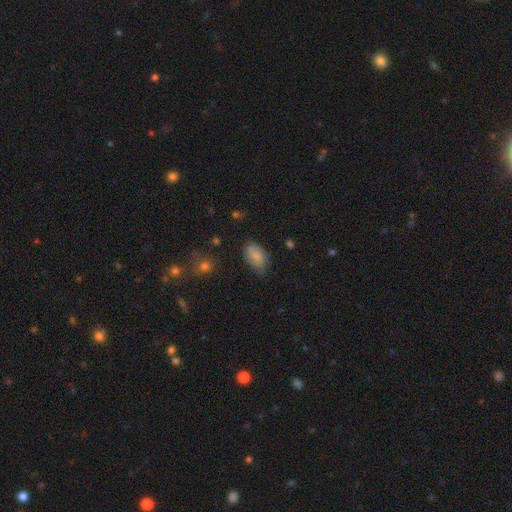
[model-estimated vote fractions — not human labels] This is likely a smooth galaxy (79%). How rounded: clearly in between (90%). Merging: likely none (64%).